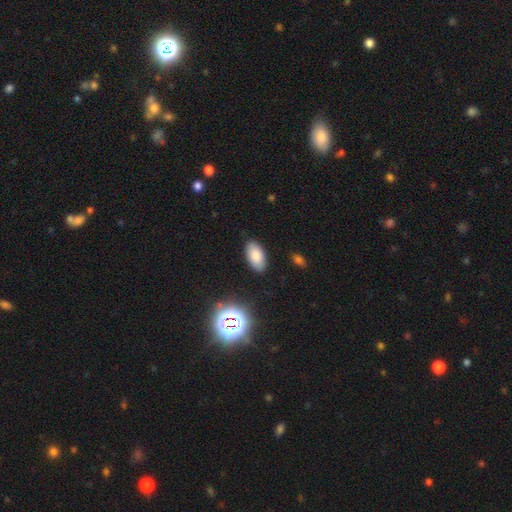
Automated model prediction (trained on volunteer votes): Smooth or featured?
  - smooth: 83% *
  - star or artifact: 10%
  - featured or disk: 7%
How rounded?
  - in between: 94% *
  - round: 3%
  - cigar-shaped: 3%
Merging?
  - none: 87% *
  - minor disturbance: 9%
  - major disturbance: 2%
  - merger: 1%